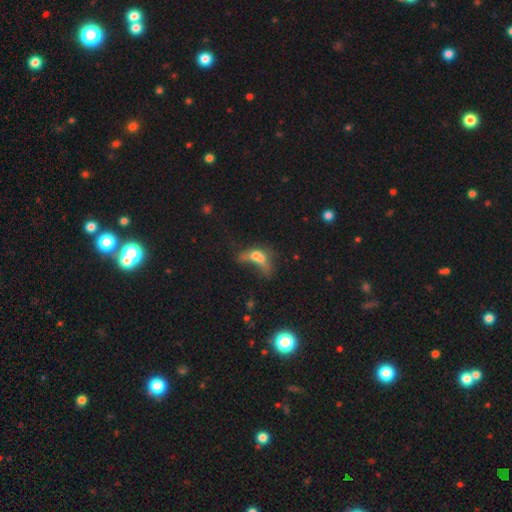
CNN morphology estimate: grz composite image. It shows a smooth galaxy with no disk features (53%) that is in between round and cigar-shaped (69%). Merging: merger (48%).